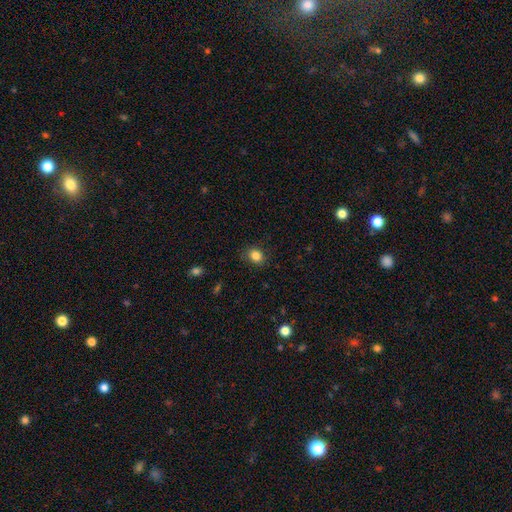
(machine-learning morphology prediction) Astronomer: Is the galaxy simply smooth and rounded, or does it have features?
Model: smooth — 84%.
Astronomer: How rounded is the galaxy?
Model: round — 59% (runner-up: in between, 40%).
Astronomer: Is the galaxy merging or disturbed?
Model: none — 83%.